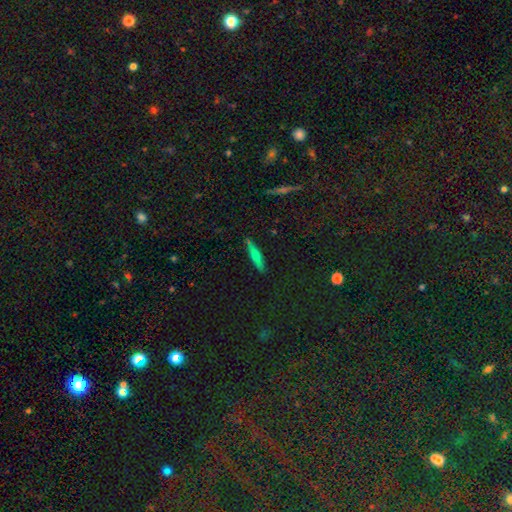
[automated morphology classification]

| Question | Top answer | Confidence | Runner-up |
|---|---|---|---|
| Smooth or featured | smooth | 59% | featured or disk (29%) |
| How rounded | cigar-shaped | 80% | in between (18%) |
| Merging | none | 82% | minor disturbance (12%) |